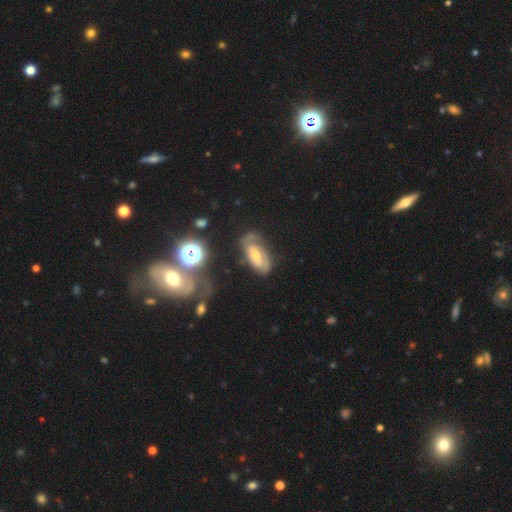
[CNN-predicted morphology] Overall: featured or disk (66%). Edge-on disk: no (92%). Bar: no (48%; weak 38%). Spiral arms: yes (81%). Bulge size: moderate (52%; small 38%). Merging: none (52%; minor disturbance 25%).